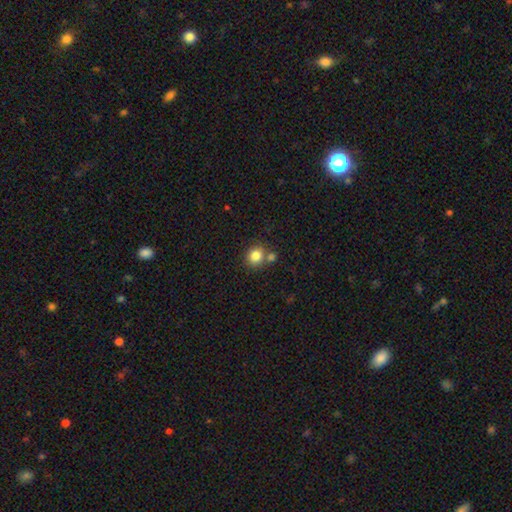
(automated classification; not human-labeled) This appears to be a smooth galaxy with no disk features (83%) that is round (82%). Merging: none (64%).